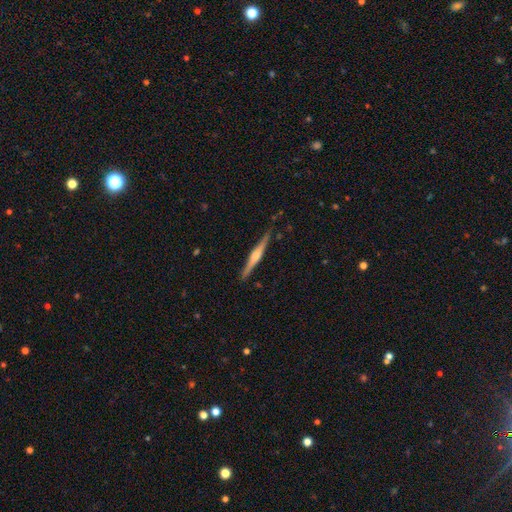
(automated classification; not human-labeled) Smooth or featured? Predicted: featured or disk (p=0.71). Edge-on disk? Predicted: yes (p=0.98). Edge-on bulge? Predicted: rounded (p=0.80). Merging? Predicted: none (p=0.87).